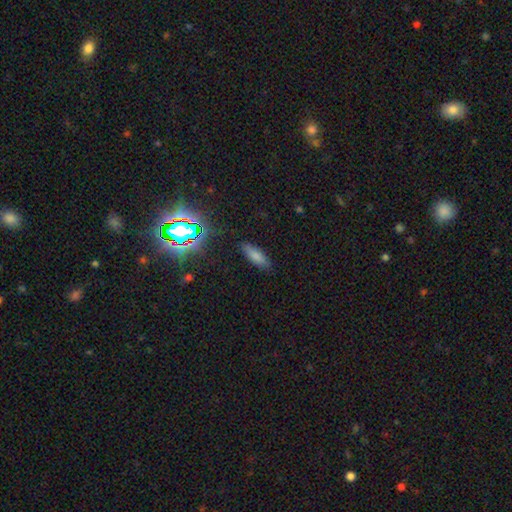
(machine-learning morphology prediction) This is likely a smooth galaxy (77%). How rounded: possibly in between (57%). Merging: clearly none (85%).